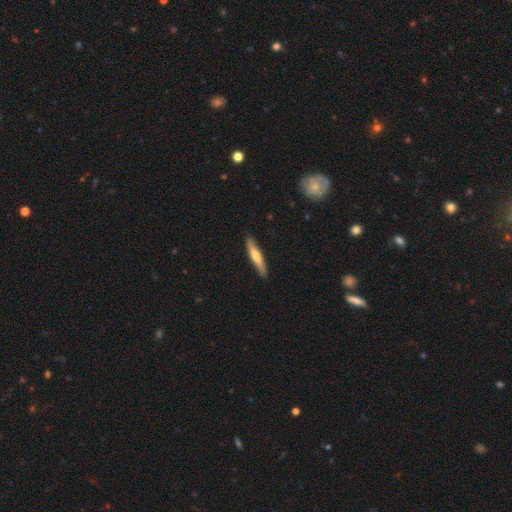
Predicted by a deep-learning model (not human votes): This is possibly a smooth galaxy (53%). How rounded: clearly cigar-shaped (90%). Merging: clearly none (88%).